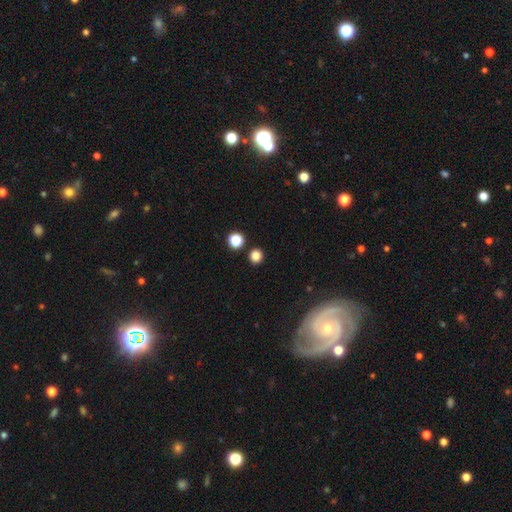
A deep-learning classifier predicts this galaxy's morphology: Smooth or featured? Predicted: smooth (p=0.83). How rounded? Predicted: round (p=0.89). Merging? Predicted: none (p=0.87).